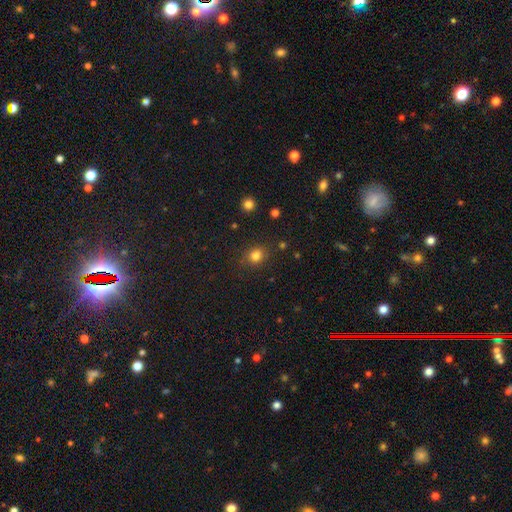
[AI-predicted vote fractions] This is clearly a smooth galaxy (81%). How rounded: likely round (73%). Merging: clearly none (84%).